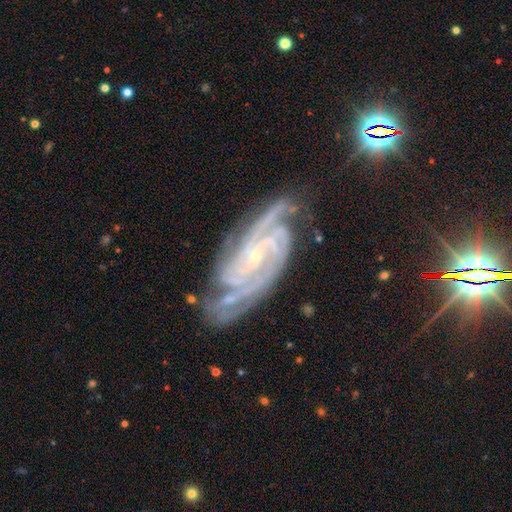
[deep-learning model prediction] smooth_or_featured: featured or disk (p=0.90) [alt: star or artifact p=0.07]
disk_edge_on: no (p=0.95) [alt: yes p=0.05]
bar: no (p=0.46) [alt: weak p=0.35]
has_spiral_arms: yes (p=0.99) [alt: no p=0.01]
spiral_winding: tight (p=0.68) [alt: medium p=0.28]
spiral_arm_count: 3 (p=0.31) [alt: 4 p=0.27]
bulge_size: small (p=0.82) [alt: moderate p=0.14]
merging: none (p=0.73) [alt: minor disturbance p=0.19]